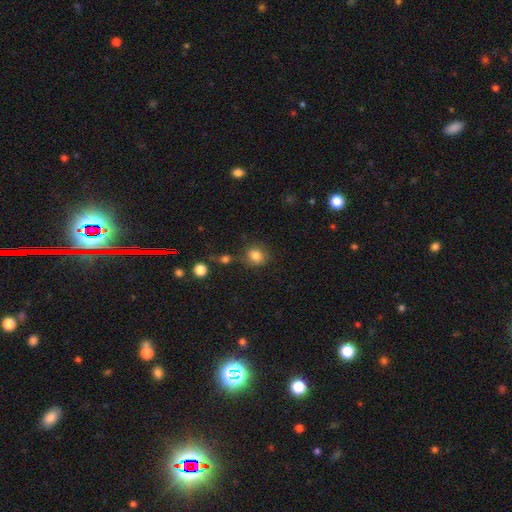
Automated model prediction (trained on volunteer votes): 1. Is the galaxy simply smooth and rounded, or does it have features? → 84% smooth, 11% star or artifact, 6% featured or disk.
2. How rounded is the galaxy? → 73% round, 25% in between, 1% cigar-shaped.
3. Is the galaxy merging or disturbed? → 74% none, 13% minor disturbance, 8% merger, 5% major disturbance.